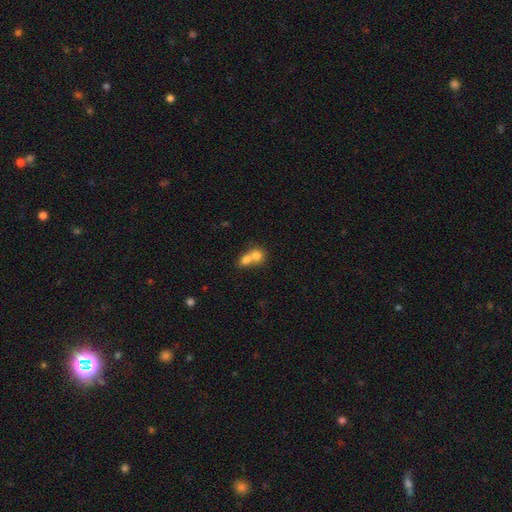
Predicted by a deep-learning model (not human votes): Smooth or featured?
  - smooth: 75% *
  - featured or disk: 16%
  - star or artifact: 9%
How rounded?
  - round: 61% *
  - in between: 37%
  - cigar-shaped: 2%
Merging?
  - merger: 73% *
  - none: 20%
  - minor disturbance: 5%
  - major disturbance: 3%